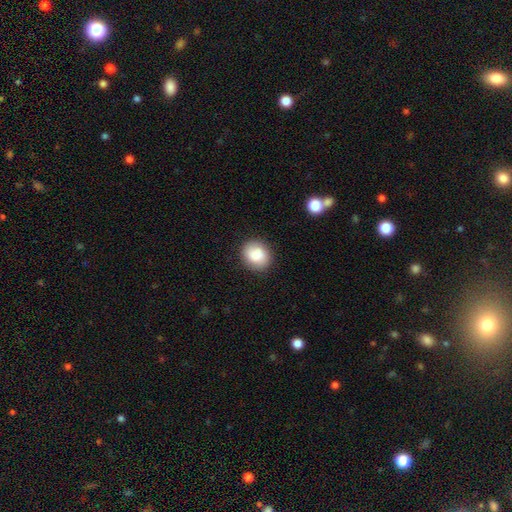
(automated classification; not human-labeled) Smooth or featured? smooth (85%)
How rounded? round (74%)
Merging? none (86%)